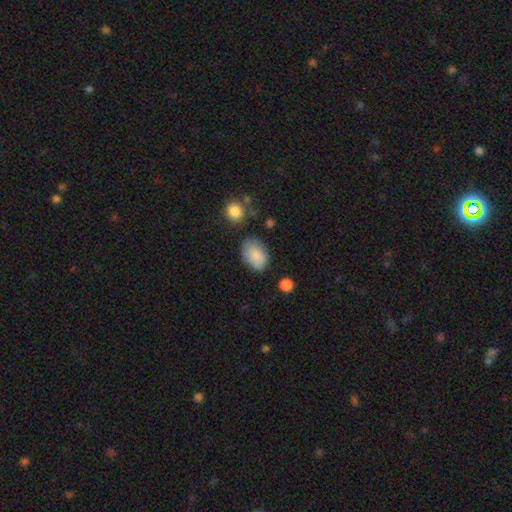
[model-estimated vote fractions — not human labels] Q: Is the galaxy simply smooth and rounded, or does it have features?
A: smooth — 86%.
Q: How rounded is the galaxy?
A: in between — 85%.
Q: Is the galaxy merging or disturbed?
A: none — 71%.